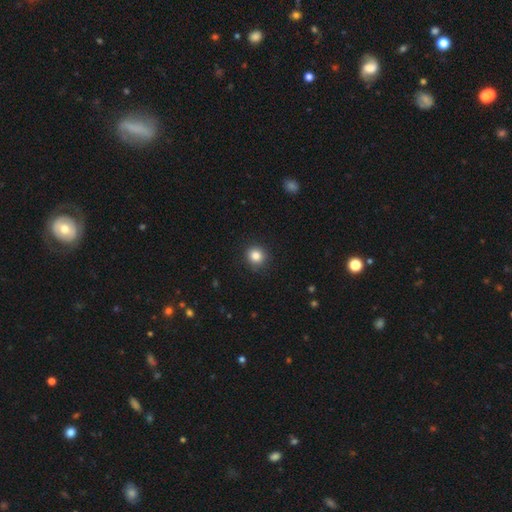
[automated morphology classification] A smooth galaxy with no disk features (85%) that is round (87%).

Vote fractions:
- Smooth or featured? smooth: 85% / star or artifact: 11% / featured or disk: 4%
- How rounded? round: 87% / in between: 12% / cigar-shaped: 1%
- Merging? none: 89% / minor disturbance: 8% / major disturbance: 2% / merger: 1%